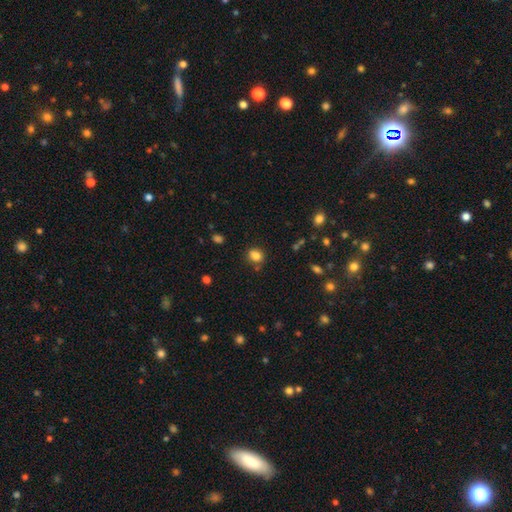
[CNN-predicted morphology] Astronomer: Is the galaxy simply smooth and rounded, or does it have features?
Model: smooth — 82%.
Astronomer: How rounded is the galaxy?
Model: round — 56% (runner-up: in between, 43%).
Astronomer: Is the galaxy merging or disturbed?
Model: none — 73%.